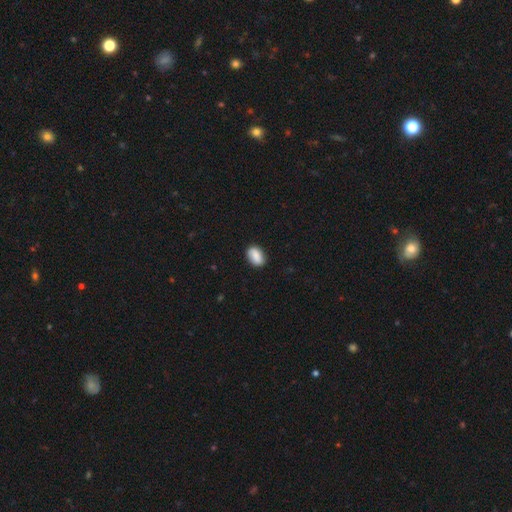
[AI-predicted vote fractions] A smooth galaxy with no disk features (86%) that is in between round and cigar-shaped (87%). Merging: none (85%).